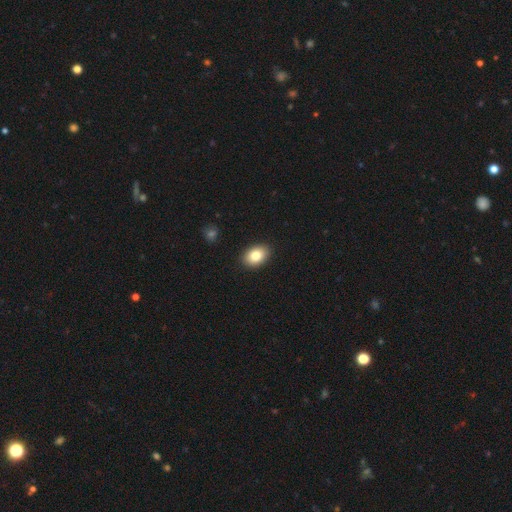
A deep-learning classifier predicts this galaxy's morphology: smooth 82%, featured or disk 10%, star or artifact 8%. Down the decision tree: how rounded — in between (83%); merging — none (90%).